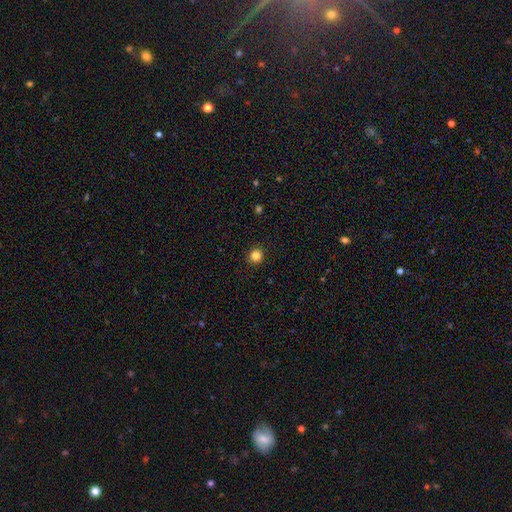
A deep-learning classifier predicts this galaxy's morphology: Q: Smooth or featured?
A: smooth (84%); runner-up: star or artifact (12%)
Q: How rounded?
A: round (91%); runner-up: in between (8%)
Q: Merging?
A: none (93%); runner-up: minor disturbance (5%)